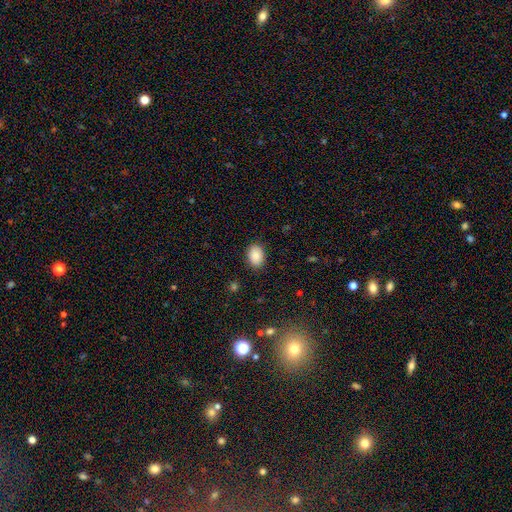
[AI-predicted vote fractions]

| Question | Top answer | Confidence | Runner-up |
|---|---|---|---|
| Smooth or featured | smooth | 87% | star or artifact (8%) |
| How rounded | in between | 79% | round (20%) |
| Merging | none | 88% | minor disturbance (9%) |